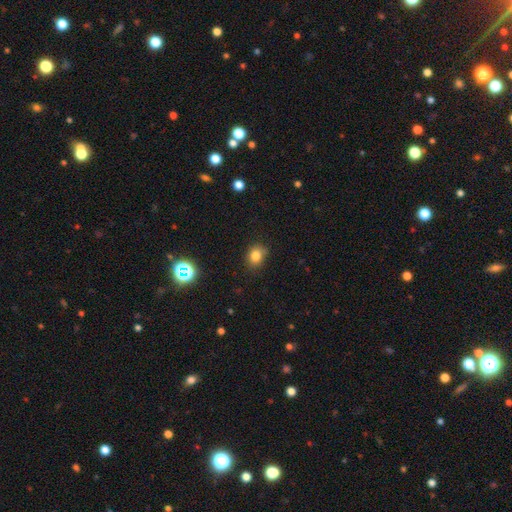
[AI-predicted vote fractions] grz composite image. It shows a smooth galaxy with no disk features (80%) that is round (53%). Merging: none (78%).